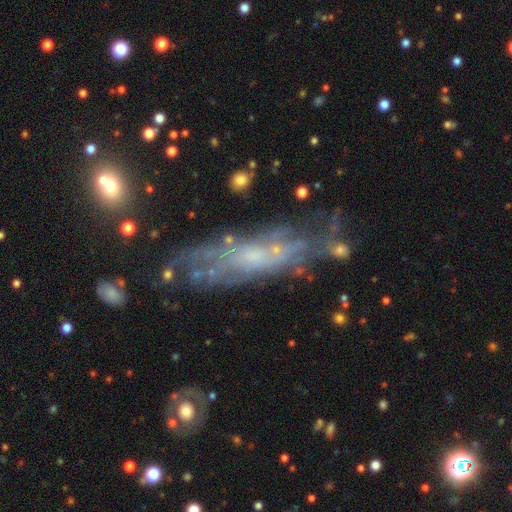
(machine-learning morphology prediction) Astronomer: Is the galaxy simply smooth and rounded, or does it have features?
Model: featured or disk — 67%.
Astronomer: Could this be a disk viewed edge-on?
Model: no — 68%.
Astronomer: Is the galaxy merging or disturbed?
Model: none — 63%.